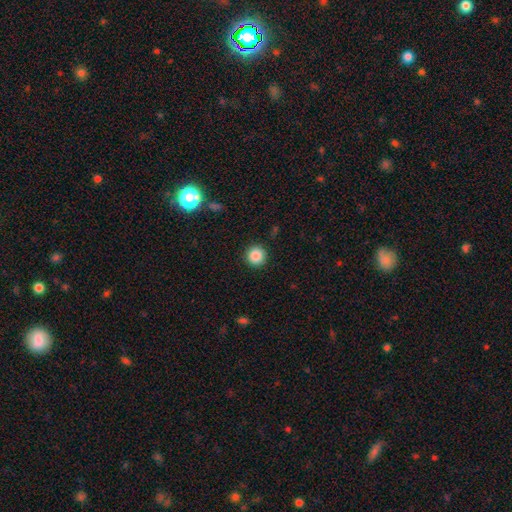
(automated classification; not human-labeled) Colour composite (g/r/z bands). It shows a smooth galaxy with no disk features (87%) that is round (94%). Merging: none (91%).